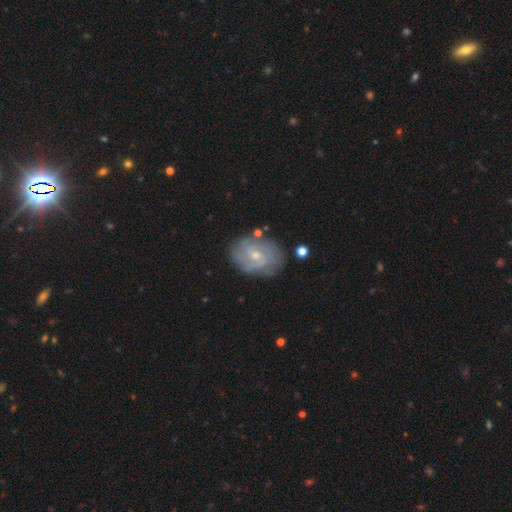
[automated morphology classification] Q: Smooth or featured?
A: featured or disk (77%); runner-up: smooth (17%)
Q: Edge-on disk?
A: no (97%); runner-up: yes (3%)
Q: Bar?
A: weak (47%); runner-up: no (46%)
Q: Spiral arms?
A: yes (88%); runner-up: no (12%)
Q: Spiral winding?
A: tight (52%); runner-up: medium (35%)
Q: Spiral arm count?
A: 2 (40%); runner-up: can't tell (35%)
Q: Bulge size?
A: small (54%); runner-up: moderate (41%)
Q: Merging?
A: none (73%); runner-up: minor disturbance (18%)